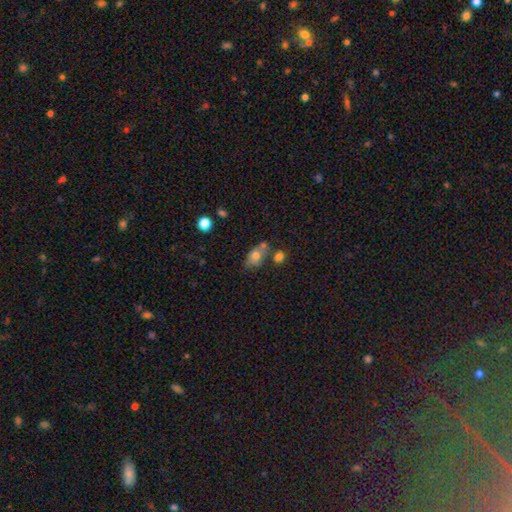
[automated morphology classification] Smooth or featured: smooth — 70% (featured or disk — 20%)
How rounded: in between — 80% (round — 17%)
Merging: none — 49% (merger — 24%)